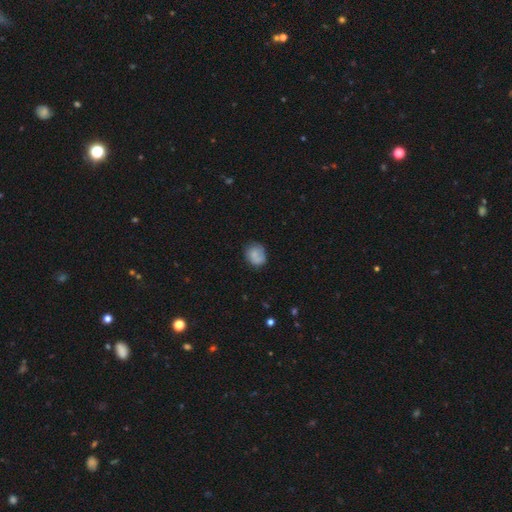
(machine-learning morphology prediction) A smooth galaxy with no disk features (74%) that is round (68%).

Vote fractions:
- Smooth or featured? smooth: 74% / featured or disk: 17% / star or artifact: 8%
- How rounded? round: 68% / in between: 32% / cigar-shaped: 1%
- Merging? none: 67% / minor disturbance: 23% / major disturbance: 7% / merger: 3%